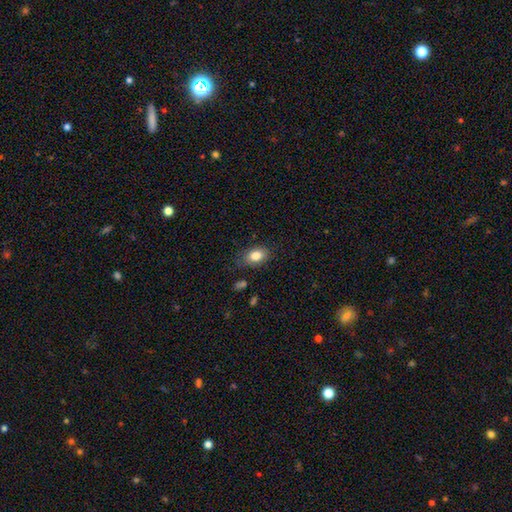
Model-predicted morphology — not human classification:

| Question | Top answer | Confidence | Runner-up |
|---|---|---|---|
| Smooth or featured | smooth | 83% | featured or disk (9%) |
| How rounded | in between | 80% | round (19%) |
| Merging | none | 74% | minor disturbance (19%) |